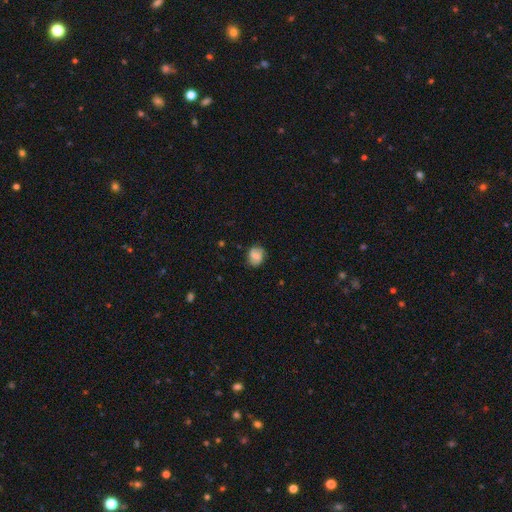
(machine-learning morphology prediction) Q: Smooth or featured?
A: smooth (65%); runner-up: featured or disk (26%)
Q: How rounded?
A: round (59%); runner-up: in between (39%)
Q: Merging?
A: none (74%); runner-up: minor disturbance (19%)